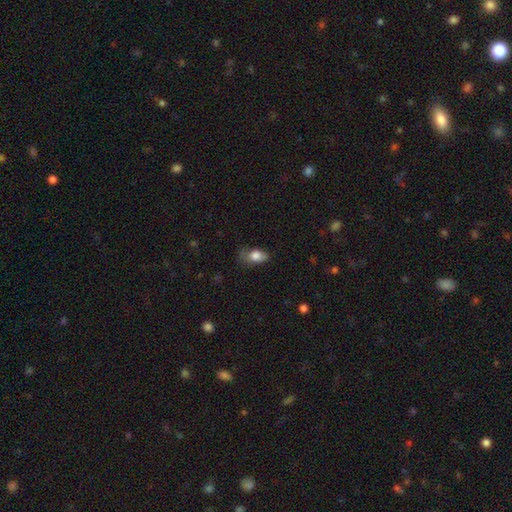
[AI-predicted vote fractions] Smooth or featured? Predicted: smooth (p=0.79). How rounded? Predicted: in between (p=0.85). Merging? Predicted: none (p=0.46).